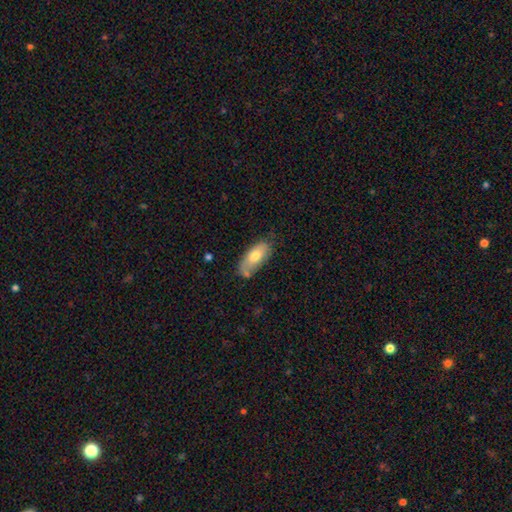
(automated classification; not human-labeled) Smooth or featured: smooth — 71% (featured or disk — 23%)
How rounded: in between — 86% (cigar-shaped — 11%)
Merging: none — 59% (minor disturbance — 27%)